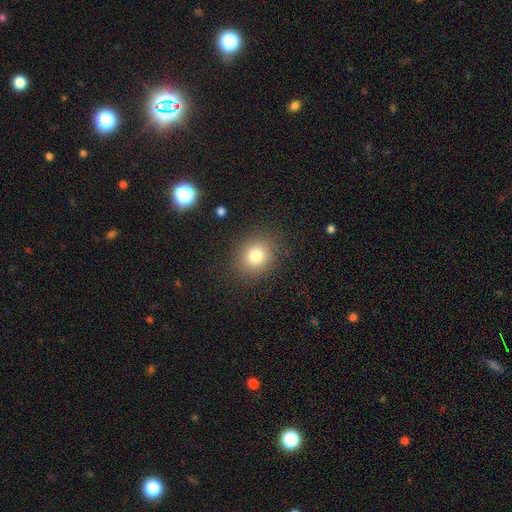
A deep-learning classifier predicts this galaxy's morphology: smooth 79%, star or artifact 12%, featured or disk 9%. Down the decision tree: how rounded — round (70%); merging — none (87%).